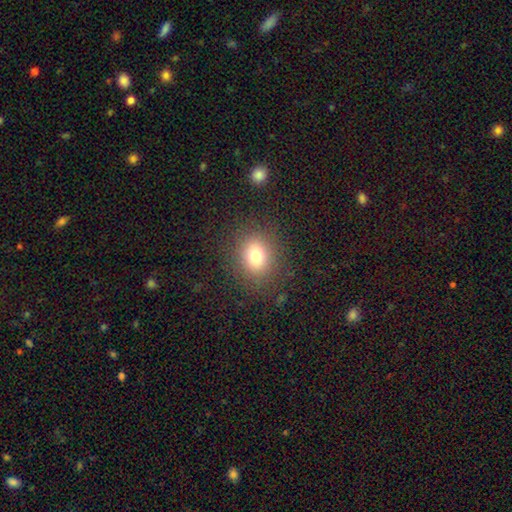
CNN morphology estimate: Smooth or featured? smooth (77%)
How rounded? round (63%)
Merging? none (85%)